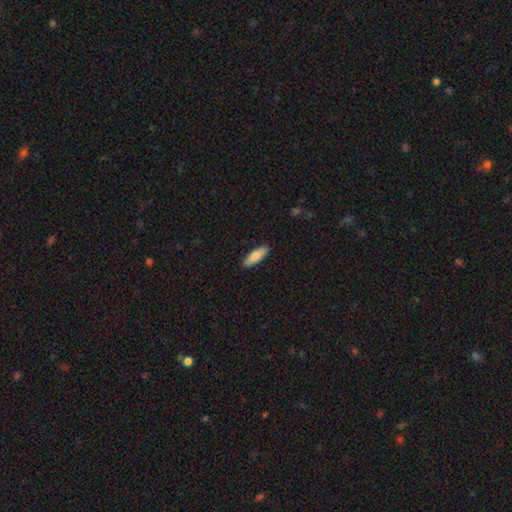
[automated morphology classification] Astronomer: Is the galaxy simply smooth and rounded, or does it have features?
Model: smooth — 82%.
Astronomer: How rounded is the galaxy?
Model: in between — 55% (runner-up: cigar-shaped, 43%).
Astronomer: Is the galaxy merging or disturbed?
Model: none — 89%.